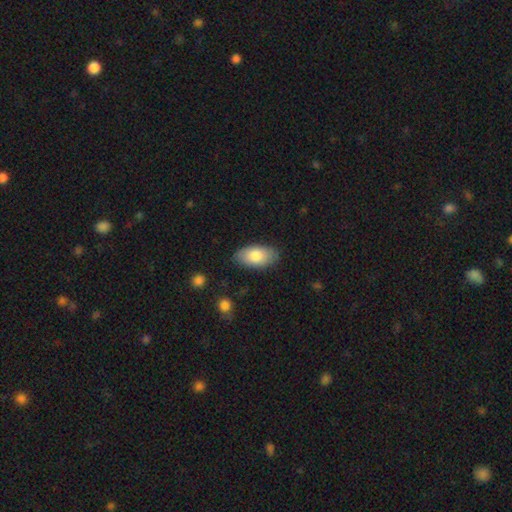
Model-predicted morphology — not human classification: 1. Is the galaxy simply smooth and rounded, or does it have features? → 80% smooth, 14% featured or disk, 6% star or artifact.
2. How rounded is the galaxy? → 94% in between, 3% round, 2% cigar-shaped.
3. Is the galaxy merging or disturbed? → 83% none, 13% minor disturbance, 3% major disturbance, 1% merger.